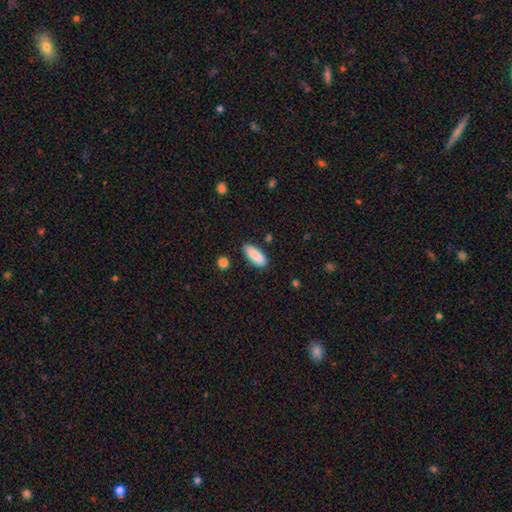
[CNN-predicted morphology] A smooth galaxy with no disk features (88%) that is in between round and cigar-shaped (72%). Merging: none (82%).